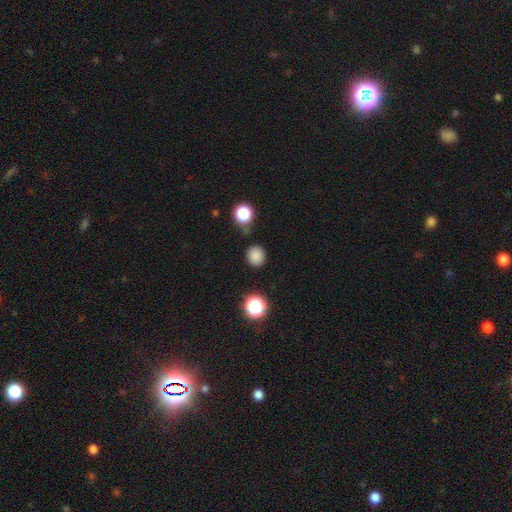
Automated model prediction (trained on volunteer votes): This appears to be a smooth galaxy with no disk features (83%) that is round (85%). Merging: none (81%).